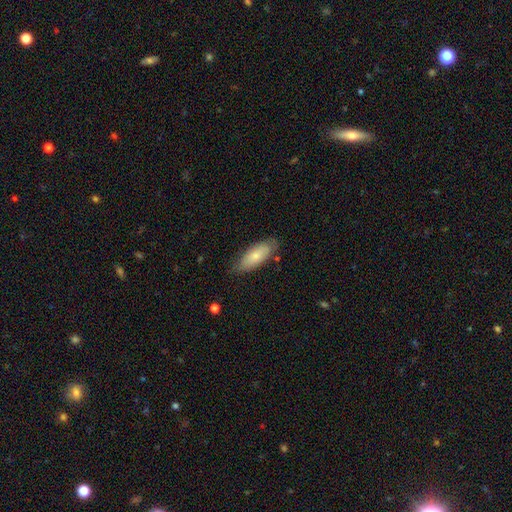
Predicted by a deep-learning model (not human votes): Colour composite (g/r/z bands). It shows a smooth galaxy with no disk features (73%) that is in between round and cigar-shaped (80%). Merging: none (75%).